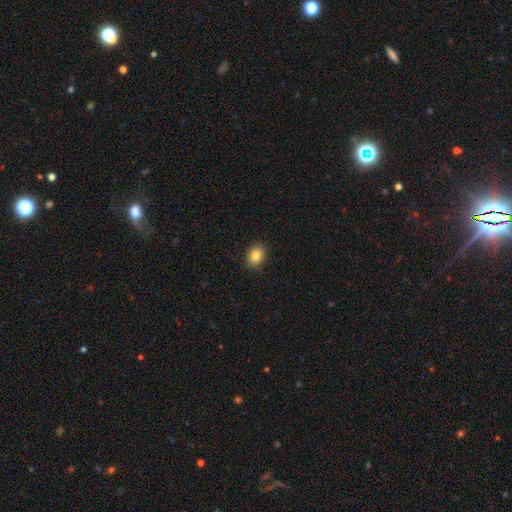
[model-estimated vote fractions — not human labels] This is clearly a smooth galaxy (84%). How rounded: likely in between (61%). Merging: clearly none (90%).